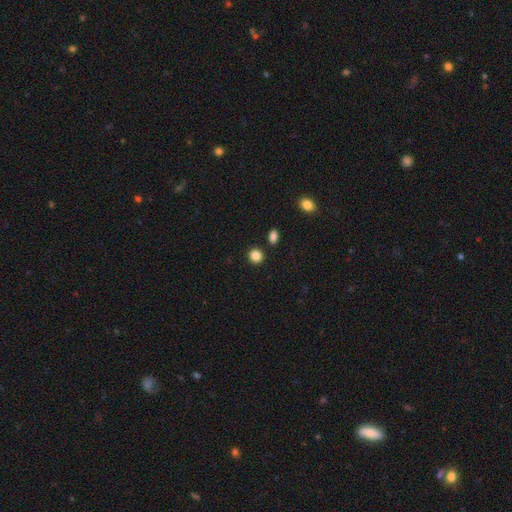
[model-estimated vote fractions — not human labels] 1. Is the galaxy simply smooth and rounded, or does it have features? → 86% smooth, 10% star or artifact, 4% featured or disk.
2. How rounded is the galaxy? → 87% round, 12% in between, 1% cigar-shaped.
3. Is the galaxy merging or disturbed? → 88% none, 6% minor disturbance, 4% merger, 2% major disturbance.